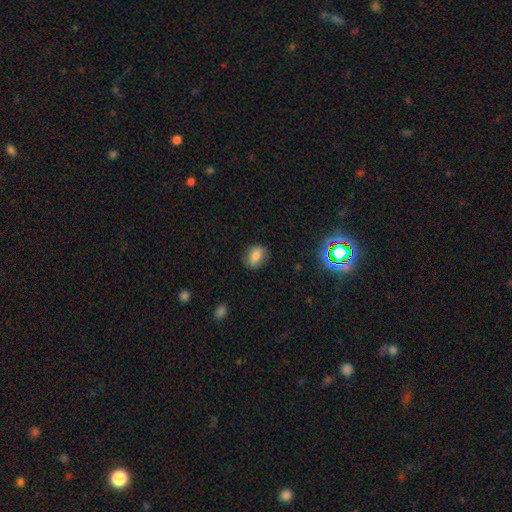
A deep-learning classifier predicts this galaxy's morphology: This is clearly a smooth galaxy (82%). How rounded: likely in between (66%). Merging: clearly none (82%).